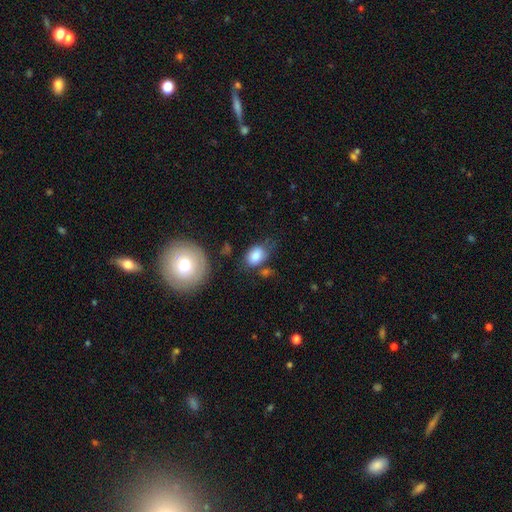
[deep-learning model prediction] Smooth or featured? Predicted: smooth (p=0.82). How rounded? Predicted: in between (p=0.77). Merging? Predicted: none (p=0.57).